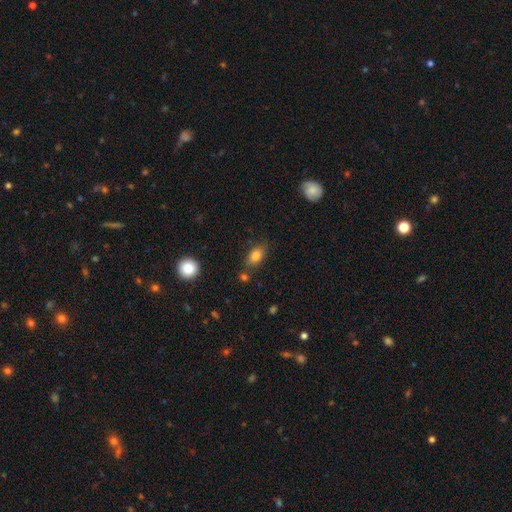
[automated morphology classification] The model was most divided on "merging": none: 75%, minor disturbance: 15%, merger: 6%, major disturbance: 4%. More confident: how rounded — in between (83%); smooth or featured — smooth (82%).